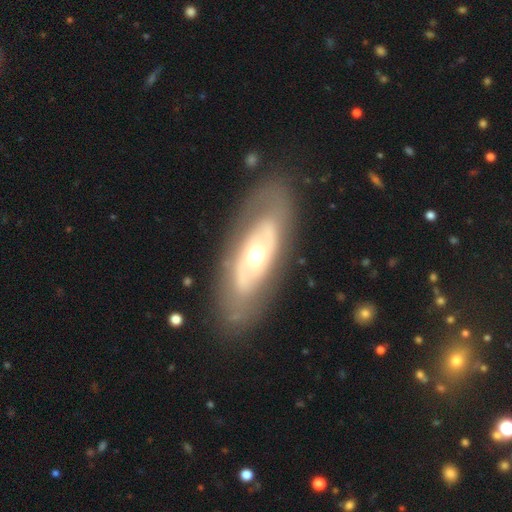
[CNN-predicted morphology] featured or disk 68%, smooth 27%, star or artifact 5%. Down the decision tree: edge-on disk — no (86%); bar — no (80%); spiral arms — no (60%); bulge size — moderate (60%); merging — none (80%).